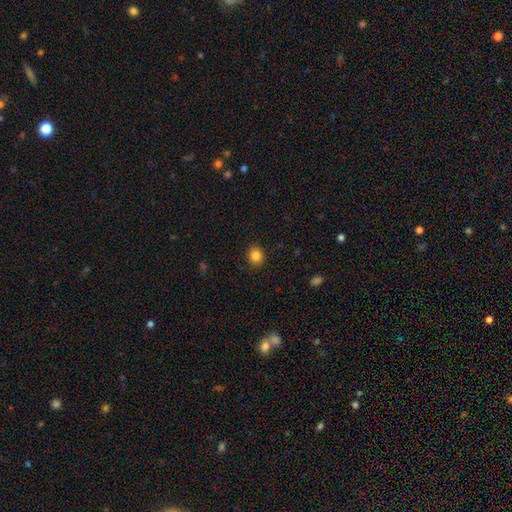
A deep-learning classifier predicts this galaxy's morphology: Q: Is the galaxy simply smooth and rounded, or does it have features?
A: smooth — 84%.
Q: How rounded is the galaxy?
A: round — 68%.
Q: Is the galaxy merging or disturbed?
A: none — 90%.